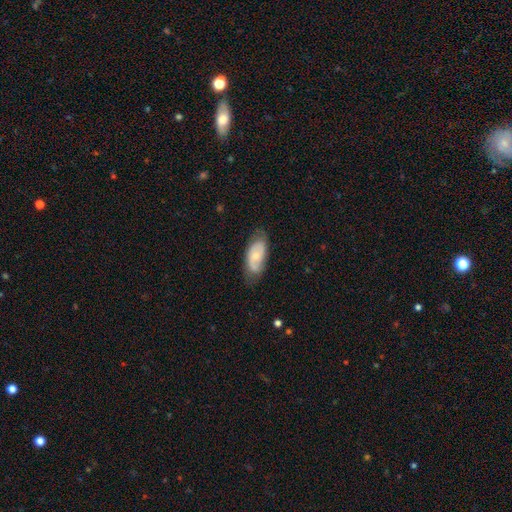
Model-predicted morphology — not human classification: Smooth or featured? Predicted: featured or disk (p=0.48). Merging? Predicted: none (p=0.66).